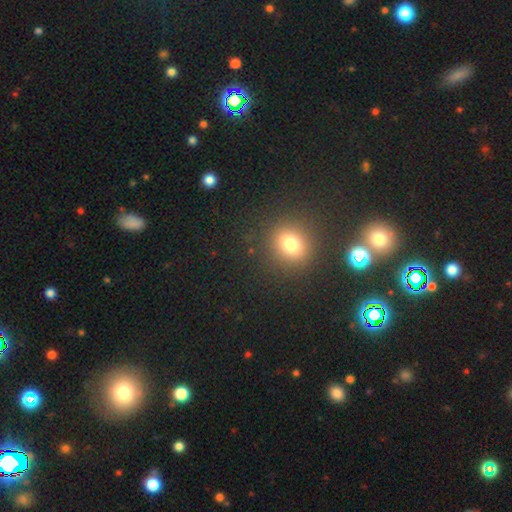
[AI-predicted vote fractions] smooth-or-featured: smooth: 61% | star or artifact: 32% | featured or disk: 8%
  how-rounded: round: 79% | in between: 19% | cigar-shaped: 2%
  merging: none: 86% | minor disturbance: 7% | merger: 4% | major disturbance: 3%